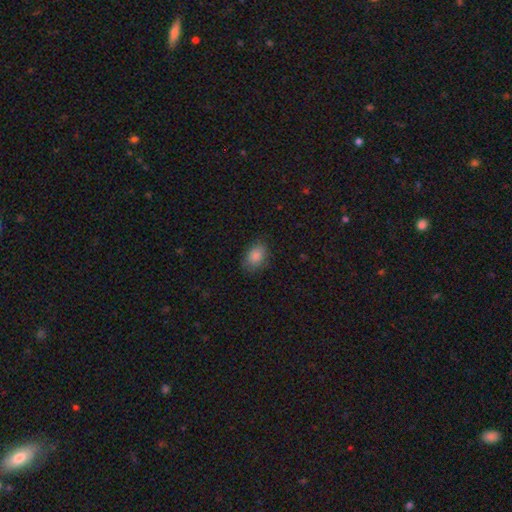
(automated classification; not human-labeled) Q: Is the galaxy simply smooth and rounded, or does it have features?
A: smooth — 87%.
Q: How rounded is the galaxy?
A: in between — 82%.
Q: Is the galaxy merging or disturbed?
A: none — 81%.